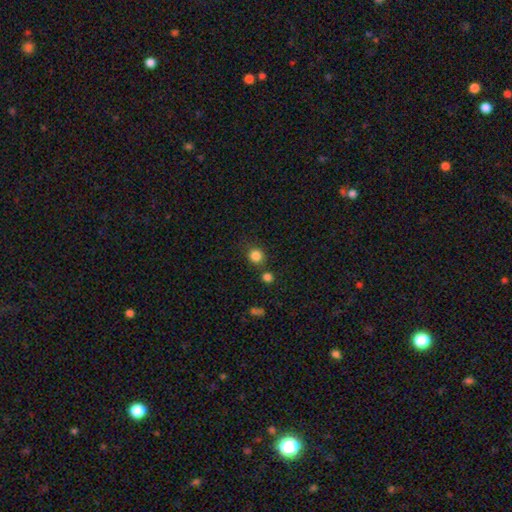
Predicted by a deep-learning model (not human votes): A smooth galaxy with no disk features (84%) that is round (90%).

Vote fractions:
- Smooth or featured? smooth: 84% / star or artifact: 12% / featured or disk: 4%
- How rounded? round: 90% / in between: 9% / cigar-shaped: 1%
- Merging? none: 75% / merger: 12% / minor disturbance: 9% / major disturbance: 3%